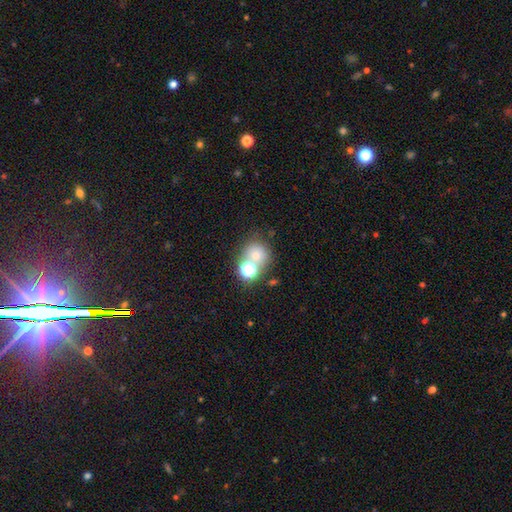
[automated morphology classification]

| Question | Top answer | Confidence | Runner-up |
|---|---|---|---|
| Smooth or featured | smooth | 69% | star or artifact (19%) |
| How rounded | round | 82% | in between (17%) |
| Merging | none | 52% | merger (36%) |